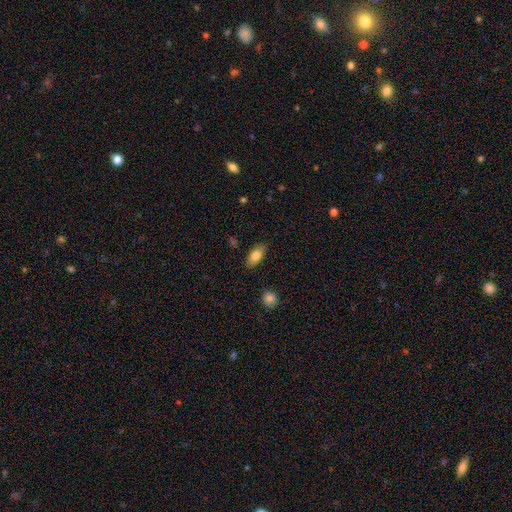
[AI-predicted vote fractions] A smooth galaxy with no disk features (80%) that is in between round and cigar-shaped (88%). Merging: none (84%).